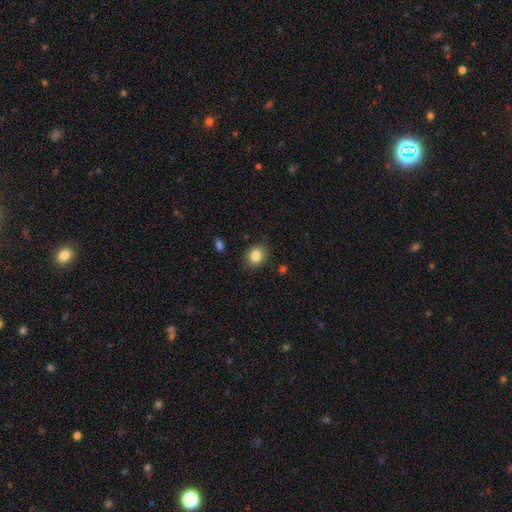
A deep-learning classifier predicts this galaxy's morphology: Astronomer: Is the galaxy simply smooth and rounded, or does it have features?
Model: smooth — 85%.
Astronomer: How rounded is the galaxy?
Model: round — 65%.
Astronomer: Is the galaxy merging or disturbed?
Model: none — 84%.